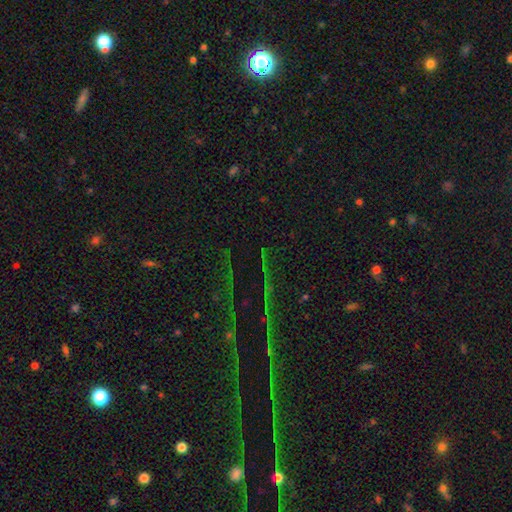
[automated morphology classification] Overall: star or artifact (76%).